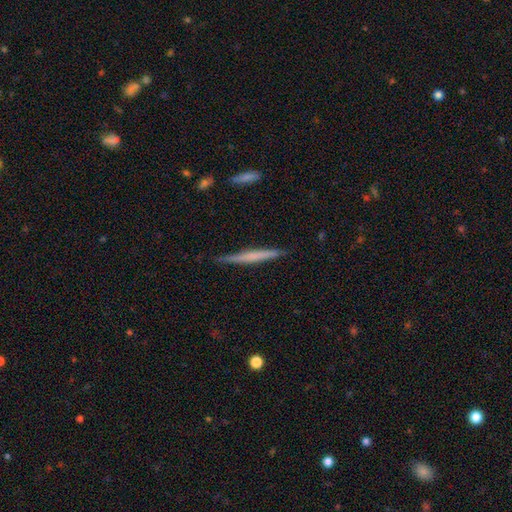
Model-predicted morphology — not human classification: A smooth galaxy with no disk features (49%).

Vote fractions:
- Smooth or featured? smooth: 49% / featured or disk: 46% / star or artifact: 6%
- Merging? none: 84% / minor disturbance: 12% / major disturbance: 2% / merger: 2%